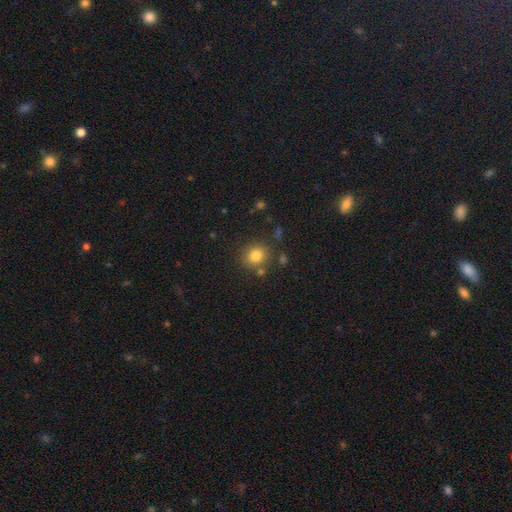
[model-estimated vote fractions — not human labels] This appears to be a smooth galaxy with no disk features (80%) that is round (83%). Merging: none (81%).